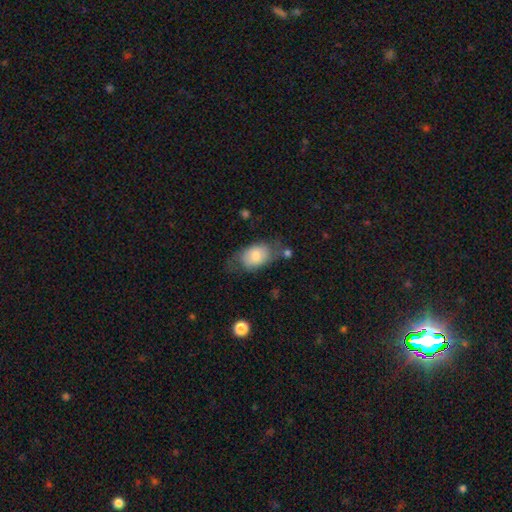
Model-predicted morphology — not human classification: Smooth or featured?
  - smooth: 70% *
  - featured or disk: 23%
  - star or artifact: 7%
How rounded?
  - in between: 83% *
  - round: 15%
  - cigar-shaped: 2%
Merging?
  - none: 48% *
  - minor disturbance: 29%
  - major disturbance: 18%
  - merger: 5%